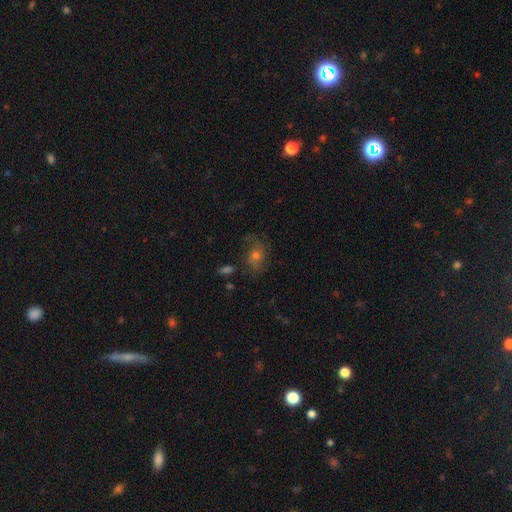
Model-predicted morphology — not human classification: This is marginally a smooth galaxy (43%). Merging: likely none (65%).